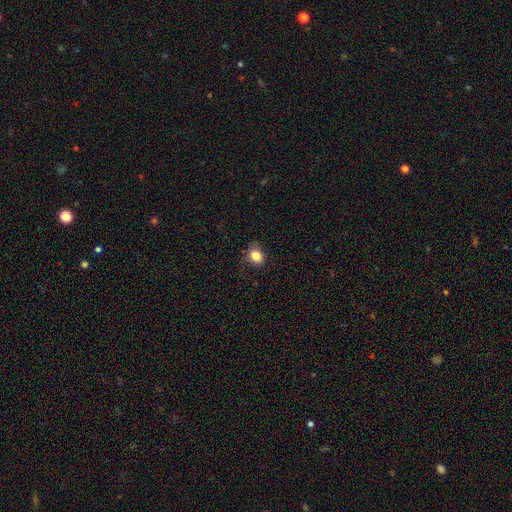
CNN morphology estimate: This appears to be a smooth galaxy with no disk features (83%) that is round (51%). Merging: none (77%).